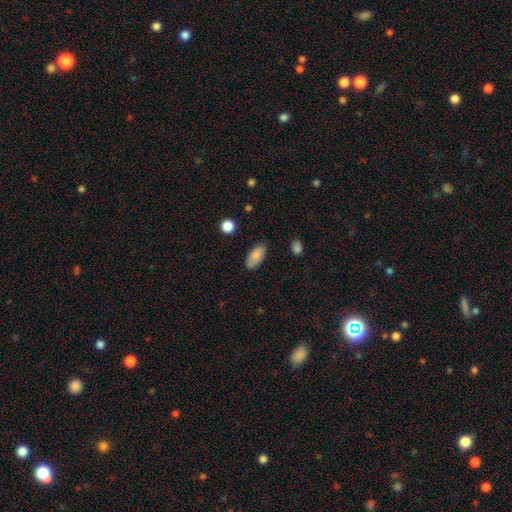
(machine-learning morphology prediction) A smooth galaxy with no disk features (85%) that is in between round and cigar-shaped (90%). Merging: none (81%).